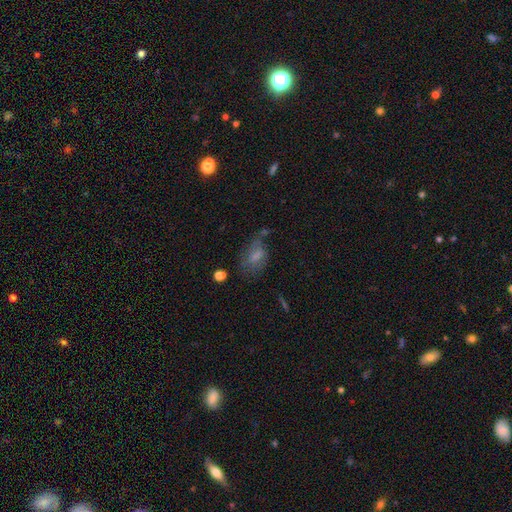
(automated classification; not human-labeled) smooth-or-featured: smooth: 57% | featured or disk: 31% | star or artifact: 12%
  how-rounded: in between: 85% | round: 11% | cigar-shaped: 4%
  merging: none: 40% | minor disturbance: 28% | major disturbance: 25% | merger: 6%